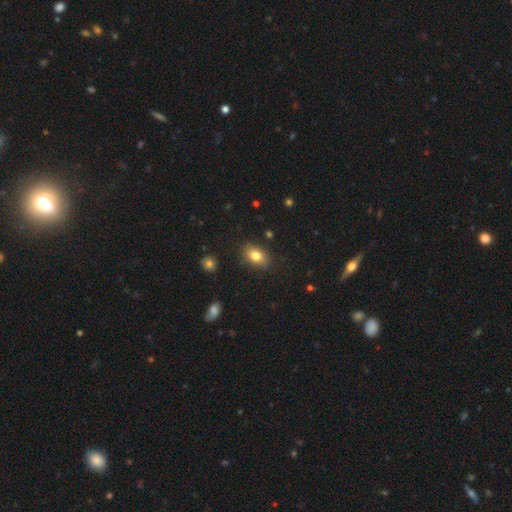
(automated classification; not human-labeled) Morphology: type=smooth (80%); roundness=in between (80%); merging=none (82%).